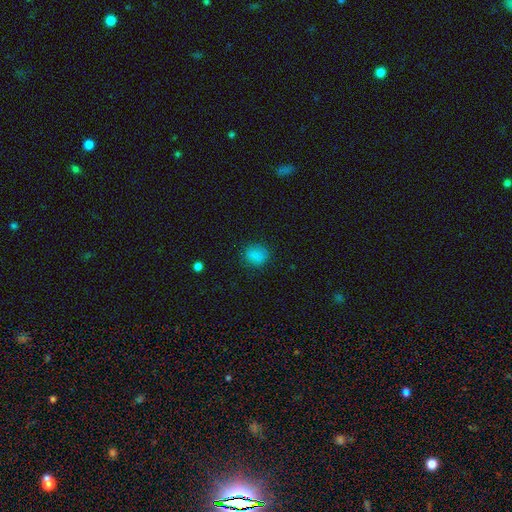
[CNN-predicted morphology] smooth_or_featured: smooth (p=0.83) [alt: star or artifact p=0.12]
how_rounded: round (p=0.58) [alt: in between p=0.40]
merging: none (p=0.81) [alt: minor disturbance p=0.13]